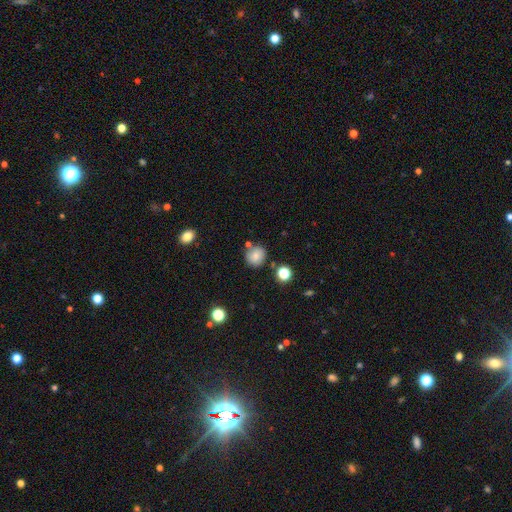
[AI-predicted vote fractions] Smooth or featured? smooth (79%)
How rounded? round (88%)
Merging? none (76%)